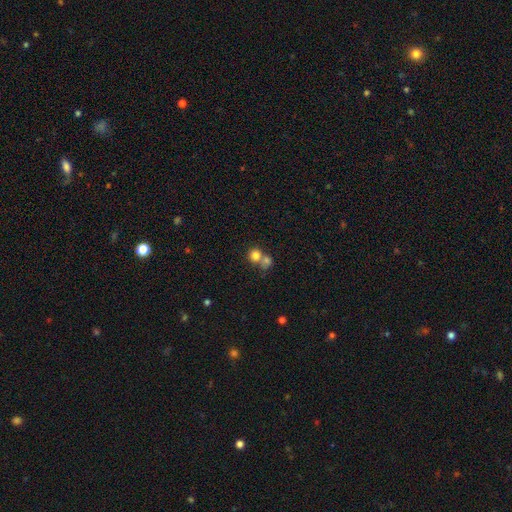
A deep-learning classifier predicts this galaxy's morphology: smooth 78%, star or artifact 11%, featured or disk 11%. Down the decision tree: how rounded — round (85%); merging — merger (50%).